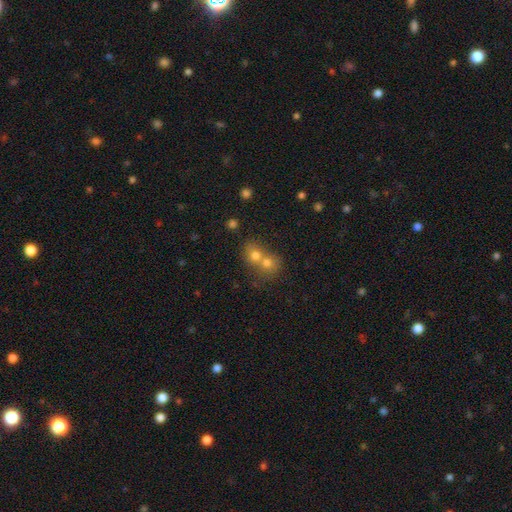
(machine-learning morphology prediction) Q: Smooth or featured?
A: smooth (70%); runner-up: featured or disk (16%)
Q: How rounded?
A: round (70%); runner-up: in between (29%)
Q: Merging?
A: merger (67%); runner-up: none (26%)